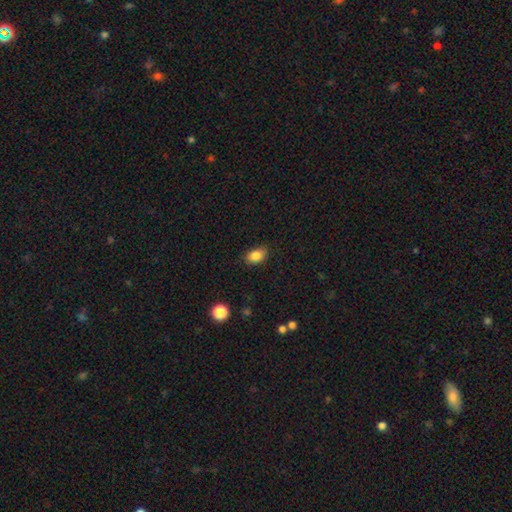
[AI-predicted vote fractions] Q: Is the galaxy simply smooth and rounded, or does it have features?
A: smooth — 85%.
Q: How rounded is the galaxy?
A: in between — 84%.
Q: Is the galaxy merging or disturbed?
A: none — 81%.